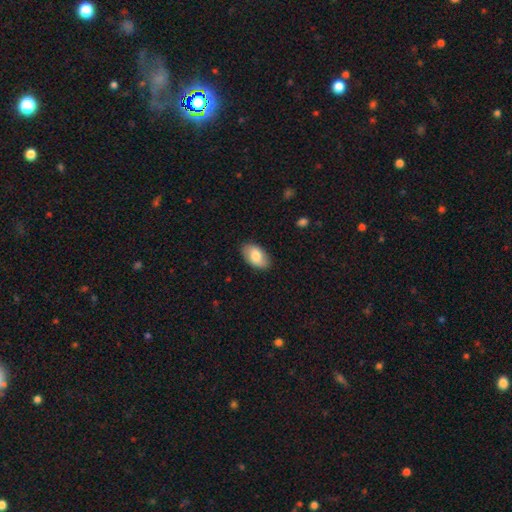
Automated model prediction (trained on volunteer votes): Morphology: type=smooth (77%); roundness=in between (93%); merging=none (86%).